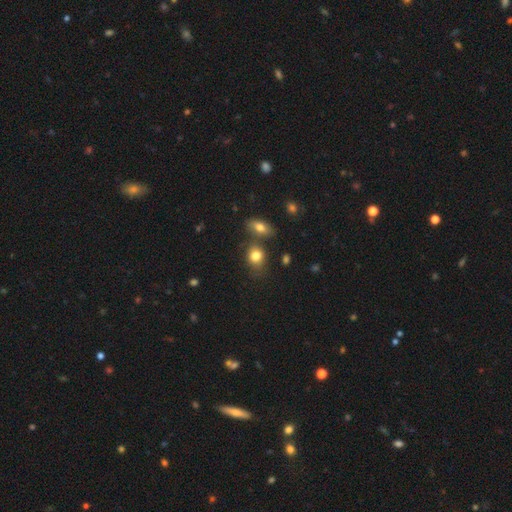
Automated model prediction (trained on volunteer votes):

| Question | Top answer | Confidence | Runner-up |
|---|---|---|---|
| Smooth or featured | smooth | 81% | star or artifact (10%) |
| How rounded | in between | 55% | round (43%) |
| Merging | none | 60% | merger (19%) |